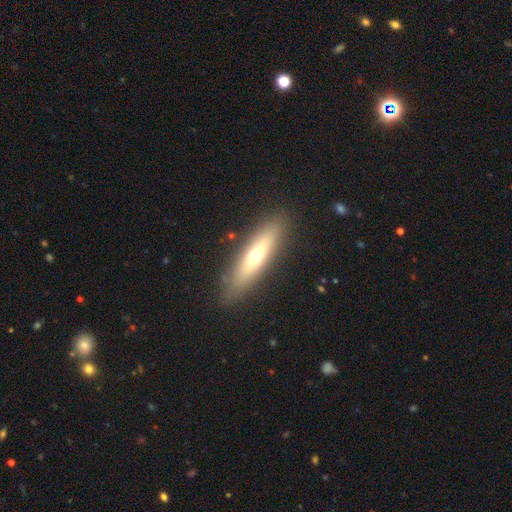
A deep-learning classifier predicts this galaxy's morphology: Q: Smooth or featured?
A: smooth (48%); runner-up: featured or disk (46%)
Q: Merging?
A: none (87%); runner-up: minor disturbance (9%)